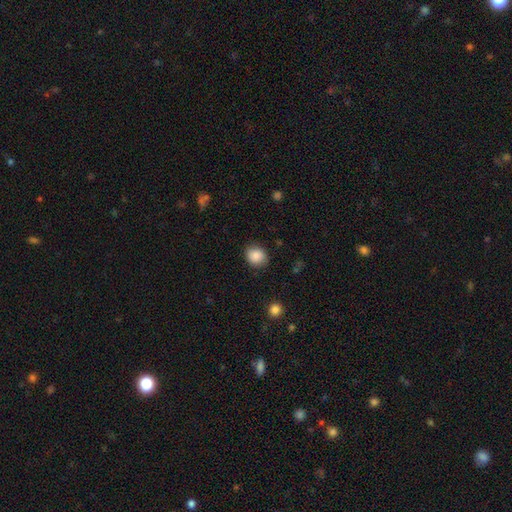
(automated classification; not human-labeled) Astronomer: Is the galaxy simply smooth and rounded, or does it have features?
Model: smooth — 87%.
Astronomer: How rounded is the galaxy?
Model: round — 73%.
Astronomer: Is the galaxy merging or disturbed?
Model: none — 85%.